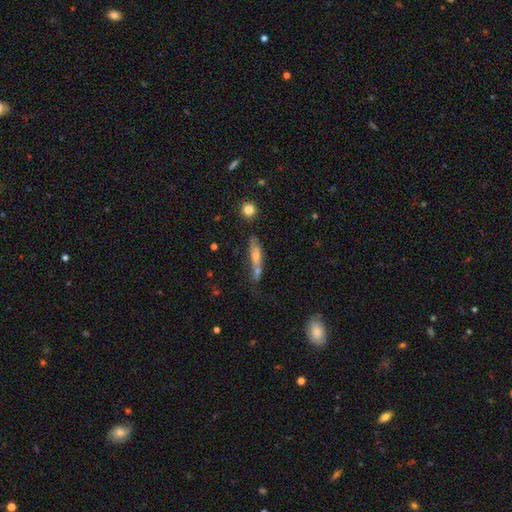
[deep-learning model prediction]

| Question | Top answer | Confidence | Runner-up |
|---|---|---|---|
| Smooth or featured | smooth | 50% | featured or disk (39%) |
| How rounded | cigar-shaped | 68% | in between (29%) |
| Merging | none | 46% | merger (25%) |